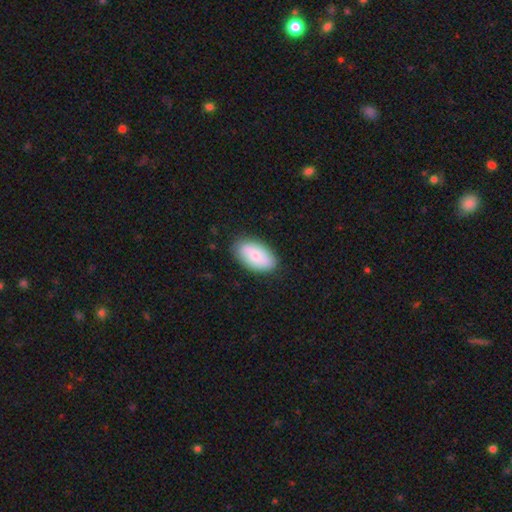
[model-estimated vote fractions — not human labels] This is likely a smooth galaxy (76%). How rounded: clearly in between (94%). Merging: clearly none (84%).